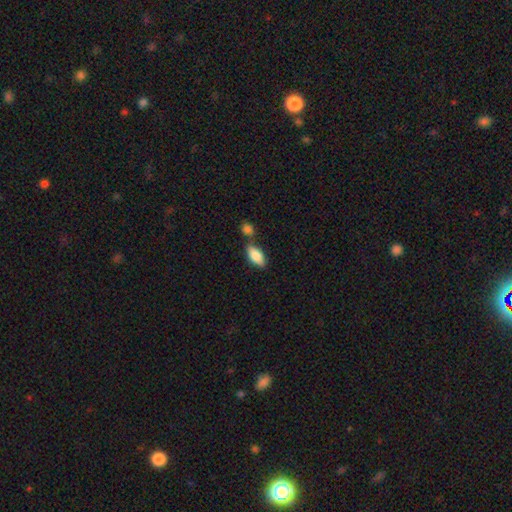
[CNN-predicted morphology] Smooth or featured? Predicted: smooth (p=0.82). How rounded? Predicted: in between (p=0.87). Merging? Predicted: none (p=0.62).